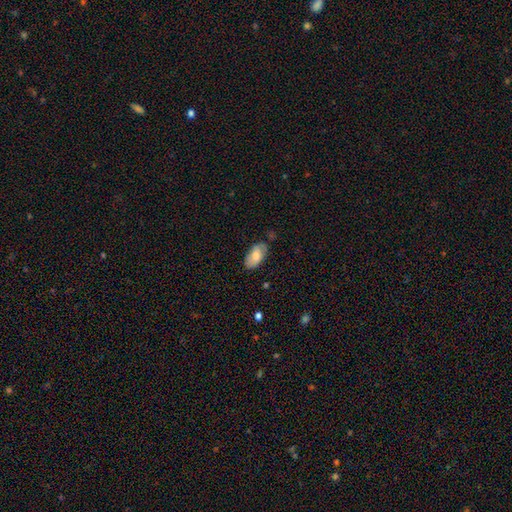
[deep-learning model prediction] A smooth galaxy with no disk features (75%) that is in between round and cigar-shaped (94%).

Vote fractions:
- Smooth or featured? smooth: 75% / featured or disk: 19% / star or artifact: 6%
- How rounded? in between: 94% / cigar-shaped: 3% / round: 3%
- Merging? none: 71% / minor disturbance: 22% / major disturbance: 4% / merger: 3%